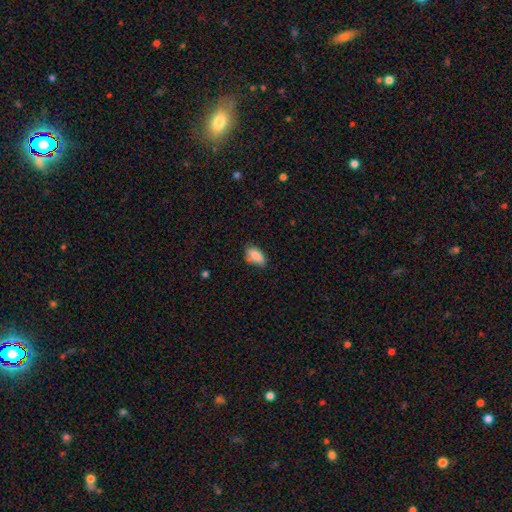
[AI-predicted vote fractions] A smooth galaxy with no disk features (83%) that is in between round and cigar-shaped (86%). Merging: none (71%).